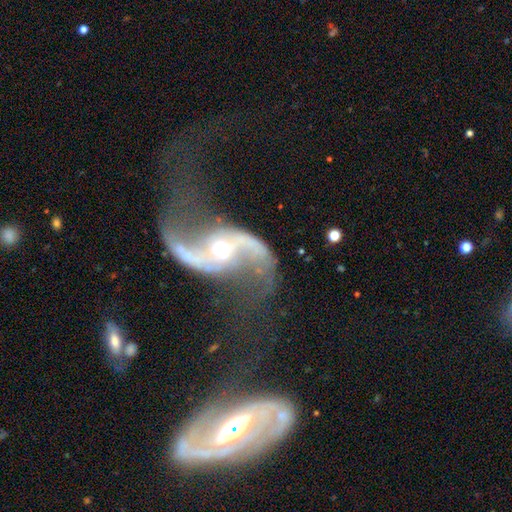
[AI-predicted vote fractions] Q: Smooth or featured?
A: featured or disk (92%); runner-up: star or artifact (5%)
Q: Edge-on disk?
A: no (96%); runner-up: yes (4%)
Q: Bar?
A: no (40%); runner-up: weak (32%)
Q: Spiral arms?
A: yes (97%); runner-up: no (3%)
Q: Spiral winding?
A: loose (81%); runner-up: medium (15%)
Q: Spiral arm count?
A: 2 (94%); runner-up: 1 (1%)
Q: Bulge size?
A: moderate (65%); runner-up: small (25%)
Q: Merging?
A: none (52%); runner-up: major disturbance (18%)